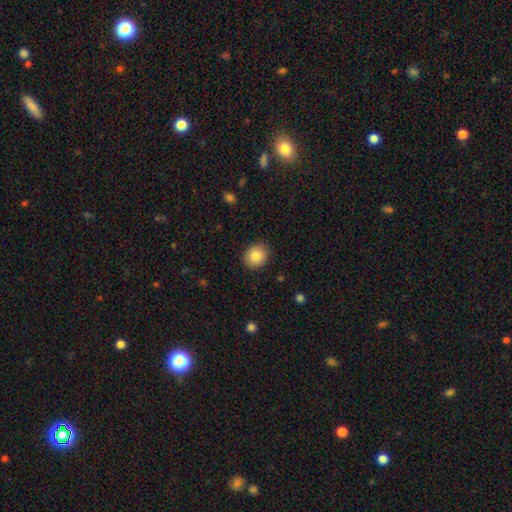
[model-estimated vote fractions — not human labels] The model was most divided on "how rounded": round: 71%, in between: 28%, cigar-shaped: 1%. More confident: merging — none (88%); smooth or featured — smooth (86%).